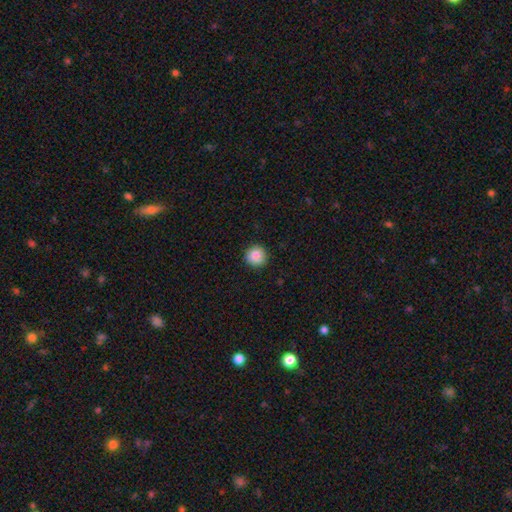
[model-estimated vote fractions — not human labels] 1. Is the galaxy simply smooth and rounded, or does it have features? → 88% smooth, 9% star or artifact, 3% featured or disk.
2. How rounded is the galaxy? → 95% round, 4% in between, 1% cigar-shaped.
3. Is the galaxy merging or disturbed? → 91% none, 6% minor disturbance, 2% major disturbance, 1% merger.